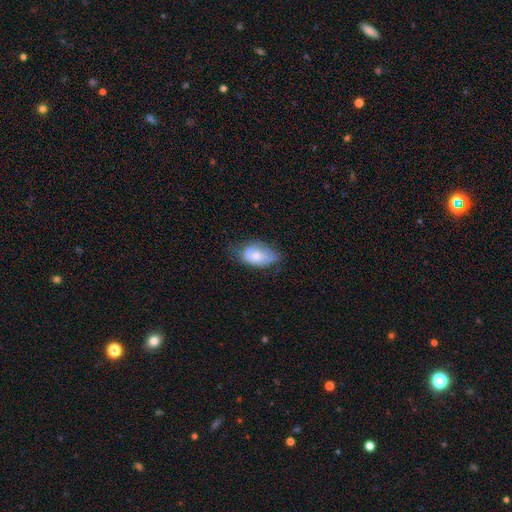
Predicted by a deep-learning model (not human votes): smooth_or_featured: smooth (p=0.60) [alt: featured or disk p=0.33]
how_rounded: in between (p=0.91) [alt: round p=0.08]
merging: none (p=0.45) [alt: minor disturbance p=0.37]